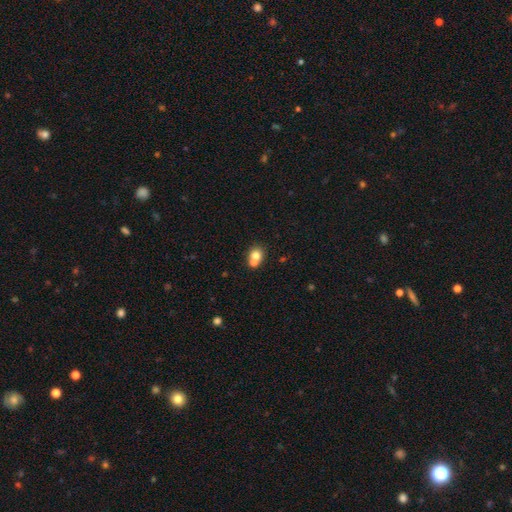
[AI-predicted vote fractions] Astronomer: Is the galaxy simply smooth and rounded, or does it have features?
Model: smooth — 75%.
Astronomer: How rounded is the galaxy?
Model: round — 79%.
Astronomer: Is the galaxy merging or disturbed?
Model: merger — 48% (runner-up: none, 43%).